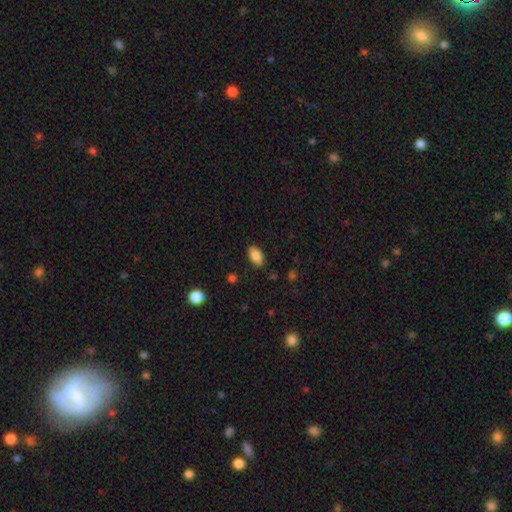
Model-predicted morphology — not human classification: Smooth or featured? Predicted: smooth (p=0.84). How rounded? Predicted: in between (p=0.91). Merging? Predicted: none (p=0.83).